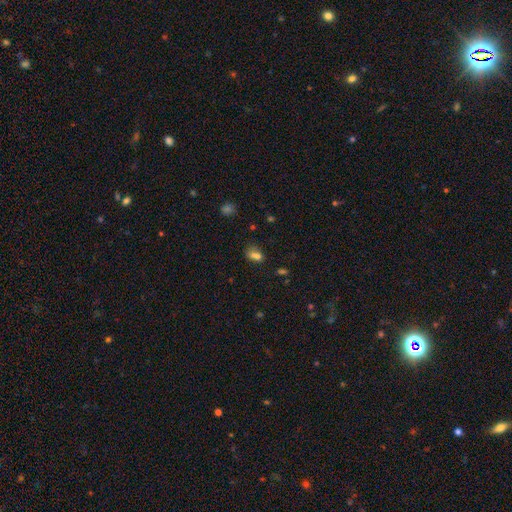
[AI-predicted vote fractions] Smooth or featured: smooth — 67% (star or artifact — 21%)
How rounded: in between — 60% (round — 37%)
Merging: none — 39% (merger — 36%)